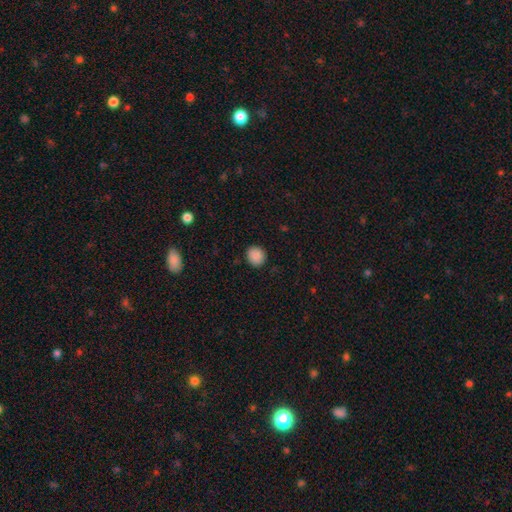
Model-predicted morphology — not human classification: A smooth galaxy with no disk features (88%) that is round (89%). Merging: none (90%).